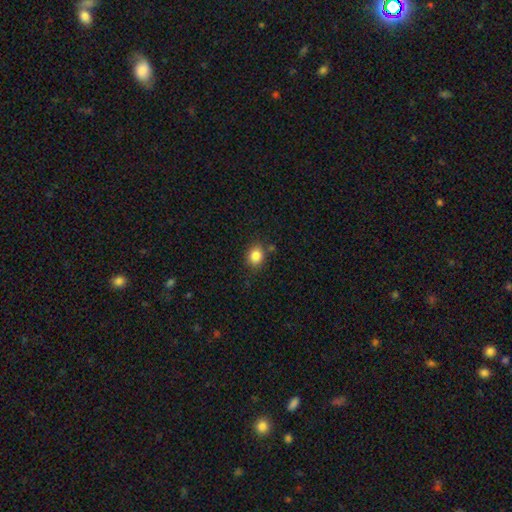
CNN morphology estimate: Smooth or featured? smooth (85%)
How rounded? round (60%)
Merging? none (79%)